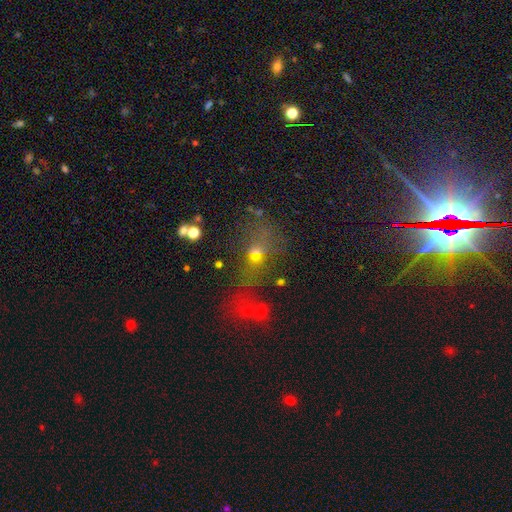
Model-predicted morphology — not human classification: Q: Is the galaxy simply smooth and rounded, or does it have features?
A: smooth — 45%.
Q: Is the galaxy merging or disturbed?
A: none — 35%.